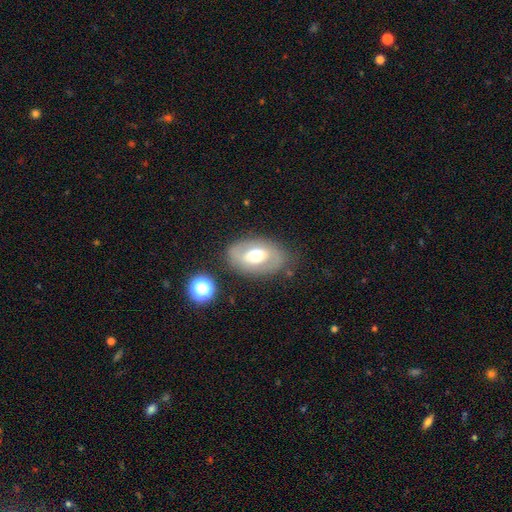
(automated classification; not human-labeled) Morphology: type=featured or disk (51%); edge-on=no (92%); merging=none (76%).